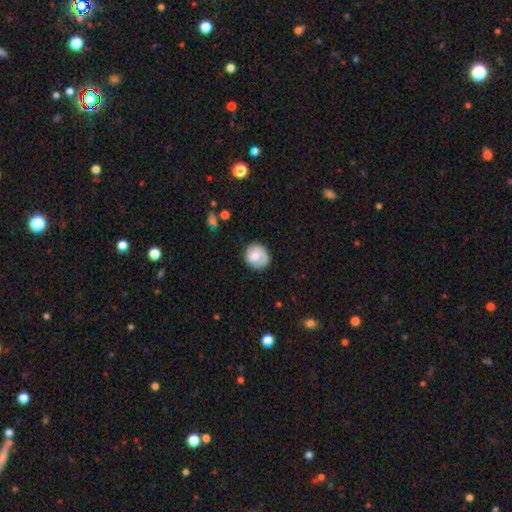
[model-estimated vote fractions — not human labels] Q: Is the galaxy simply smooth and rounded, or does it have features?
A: smooth — 66%.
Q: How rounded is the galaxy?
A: round — 78%.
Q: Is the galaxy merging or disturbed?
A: none — 68%.